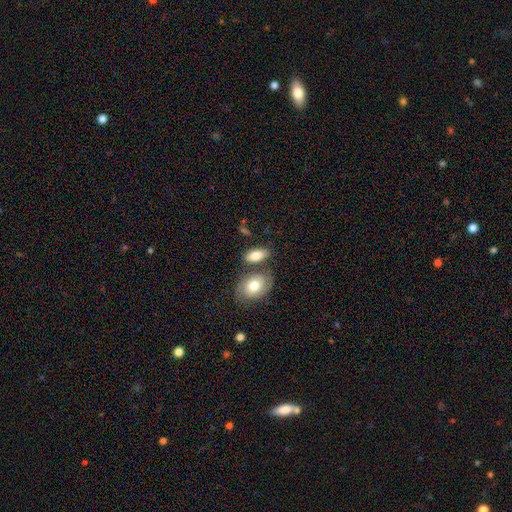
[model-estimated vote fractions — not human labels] Smooth or featured?
  - smooth: 76% *
  - featured or disk: 17%
  - star or artifact: 7%
How rounded?
  - in between: 88% *
  - cigar-shaped: 6%
  - round: 6%
Merging?
  - none: 62% *
  - merger: 21%
  - minor disturbance: 13%
  - major disturbance: 4%